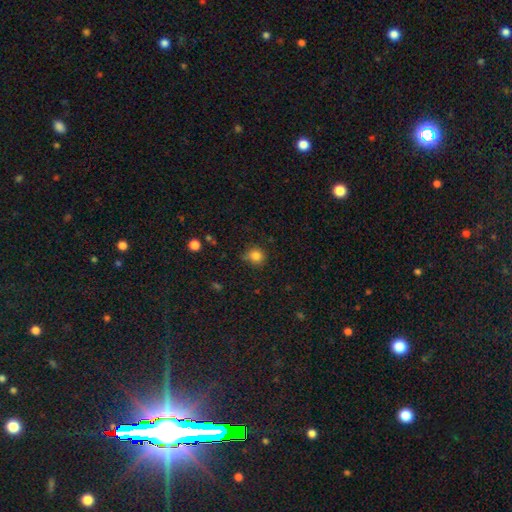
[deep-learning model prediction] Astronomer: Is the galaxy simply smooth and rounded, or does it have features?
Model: smooth — 83%.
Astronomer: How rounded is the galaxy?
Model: round — 83%.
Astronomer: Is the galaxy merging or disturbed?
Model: none — 70%.